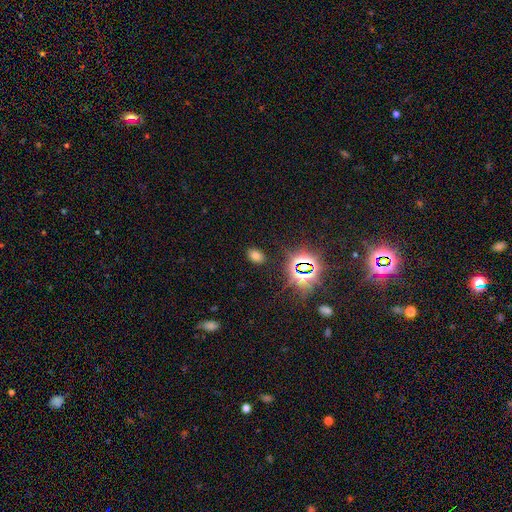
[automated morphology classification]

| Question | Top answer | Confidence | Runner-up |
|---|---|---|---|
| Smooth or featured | smooth | 63% | star or artifact (29%) |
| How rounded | in between | 84% | round (15%) |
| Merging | none | 86% | minor disturbance (9%) |